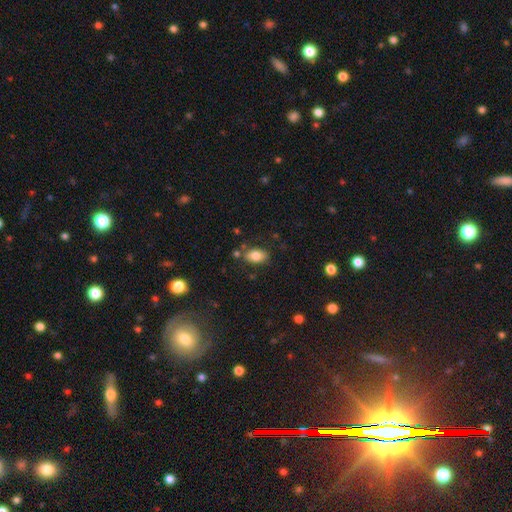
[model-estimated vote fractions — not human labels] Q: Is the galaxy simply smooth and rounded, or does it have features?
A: smooth — 81%.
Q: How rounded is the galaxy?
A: in between — 90%.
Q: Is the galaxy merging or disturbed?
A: none — 76%.